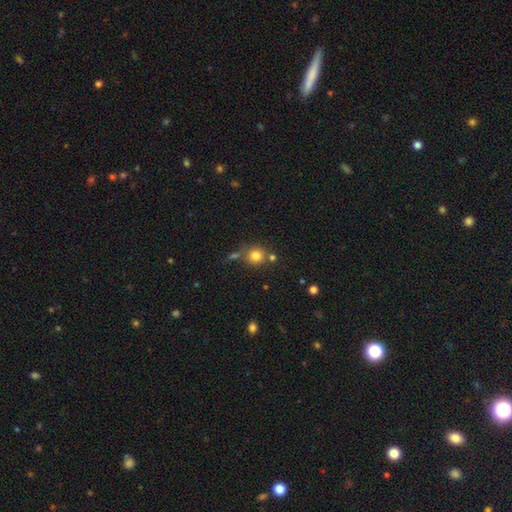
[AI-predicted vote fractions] smooth 79%, star or artifact 13%, featured or disk 8%. Down the decision tree: how rounded — round (90%); merging — none (71%).